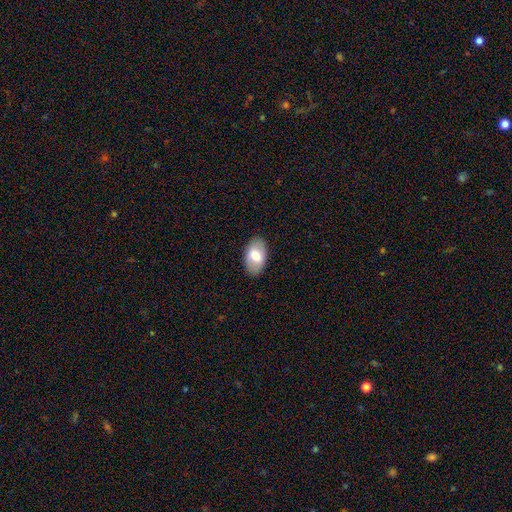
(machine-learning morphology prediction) Smooth or featured? Predicted: smooth (p=0.72). How rounded? Predicted: in between (p=0.94). Merging? Predicted: none (p=0.87).